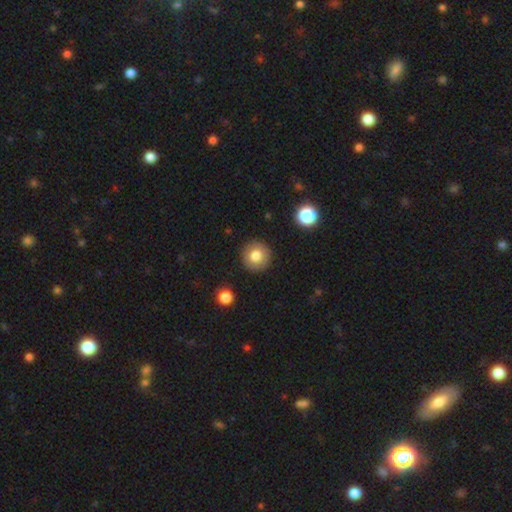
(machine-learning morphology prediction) smooth 78%, featured or disk 13%, star or artifact 9%. Down the decision tree: how rounded — round (94%); merging — none (90%).